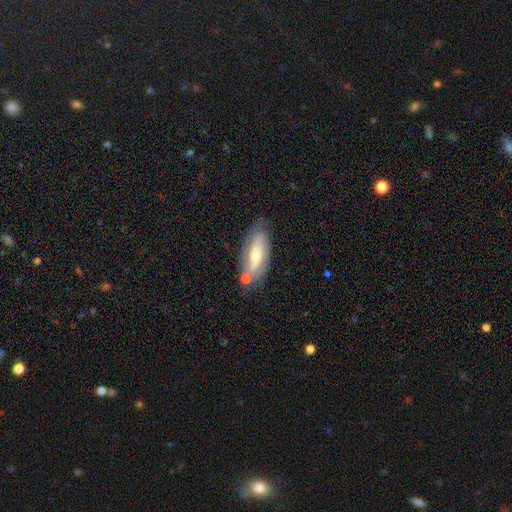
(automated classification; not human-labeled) smooth-or-featured: featured or disk: 60% | smooth: 34% | star or artifact: 7%
  disk-edge-on: no: 79% | yes: 21%
  merging: none: 64% | minor disturbance: 20% | merger: 10% | major disturbance: 6%